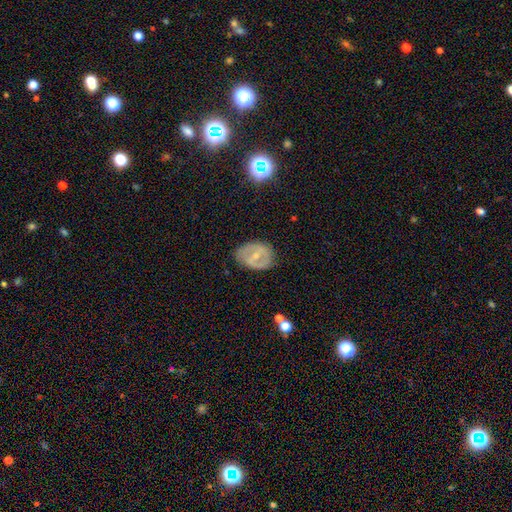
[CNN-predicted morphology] featured or disk 64%, smooth 28%, star or artifact 8%. Down the decision tree: edge-on disk — no (94%); bar — weak (40%); spiral arms — no (56%); bulge size — small (58%); merging — none (74%).